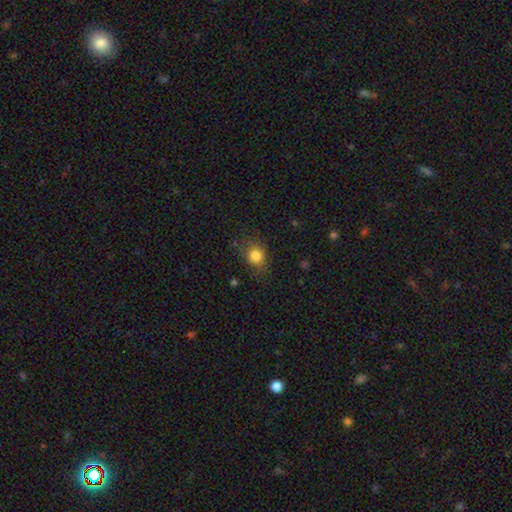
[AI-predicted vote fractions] Smooth or featured? smooth (83%)
How rounded? round (63%)
Merging? none (74%)